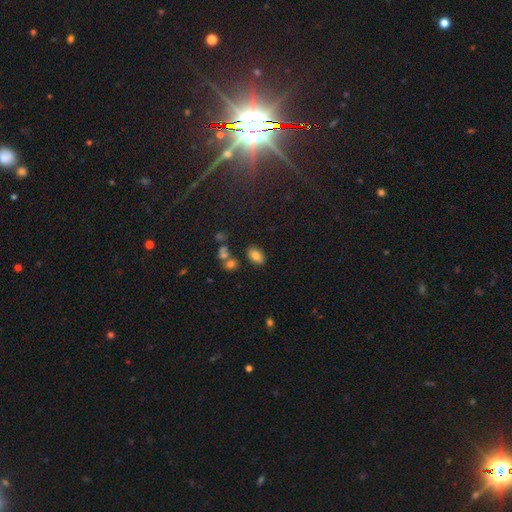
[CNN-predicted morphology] This appears to be a smooth galaxy with no disk features (80%) that is in between round and cigar-shaped (91%). Merging: none (80%).